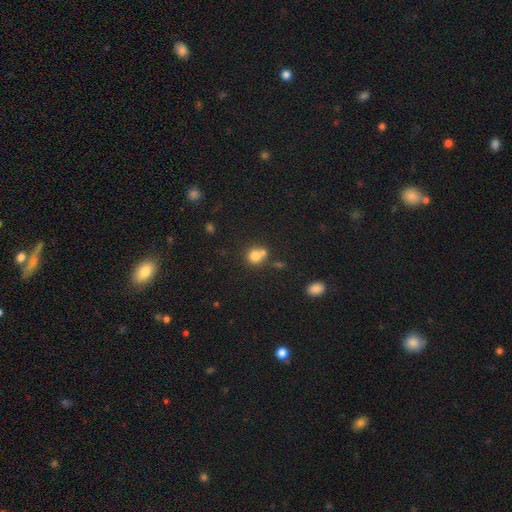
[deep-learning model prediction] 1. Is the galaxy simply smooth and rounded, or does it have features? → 77% smooth, 12% star or artifact, 11% featured or disk.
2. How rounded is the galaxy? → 84% round, 15% in between, 1% cigar-shaped.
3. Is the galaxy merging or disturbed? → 44% none (tied), 44% merger (tied), 9% minor disturbance, 3% major disturbance.